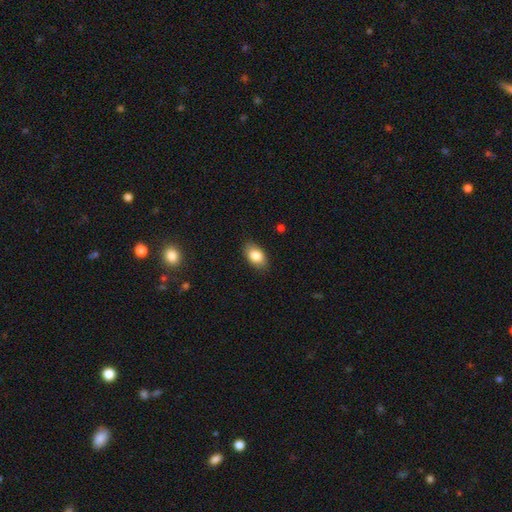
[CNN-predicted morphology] smooth-or-featured: smooth: 83% | featured or disk: 9% | star or artifact: 7%
  how-rounded: in between: 90% | round: 8% | cigar-shaped: 2%
  merging: none: 86% | minor disturbance: 11% | major disturbance: 2% | merger: 1%